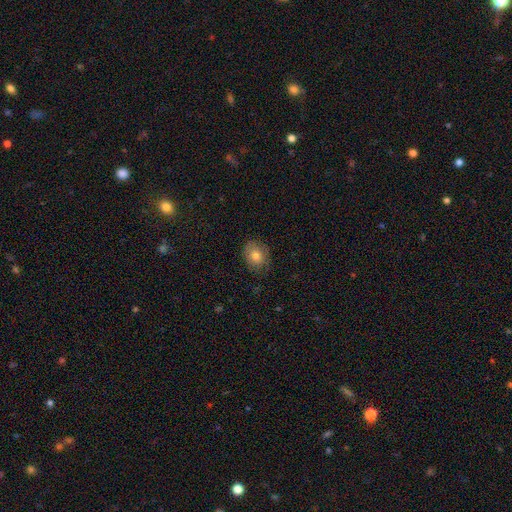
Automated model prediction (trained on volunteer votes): A smooth galaxy with no disk features (78%) that is round (53%).

Vote fractions:
- Smooth or featured? smooth: 78% / featured or disk: 13% / star or artifact: 9%
- How rounded? round: 53% / in between: 46% / cigar-shaped: 1%
- Merging? none: 77% / minor disturbance: 18% / major disturbance: 4% / merger: 1%